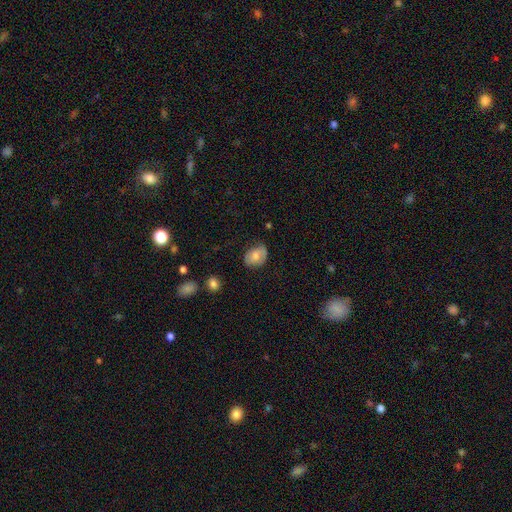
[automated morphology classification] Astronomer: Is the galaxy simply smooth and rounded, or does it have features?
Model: smooth — 72%.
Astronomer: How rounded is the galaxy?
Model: in between — 65%.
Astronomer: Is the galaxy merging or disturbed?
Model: none — 71%.